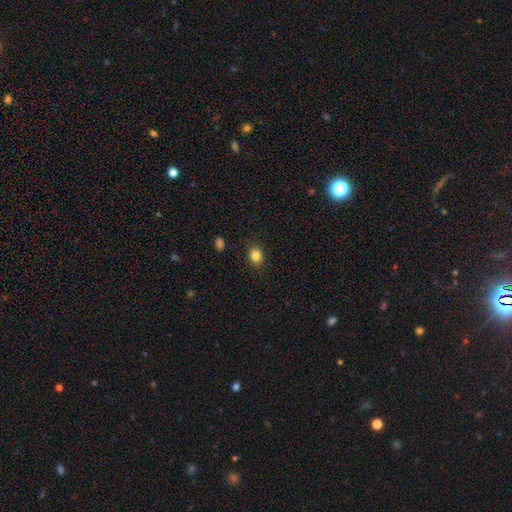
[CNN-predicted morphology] This appears to be a smooth galaxy with no disk features (84%) that is in between round and cigar-shaped (55%). Merging: none (87%).